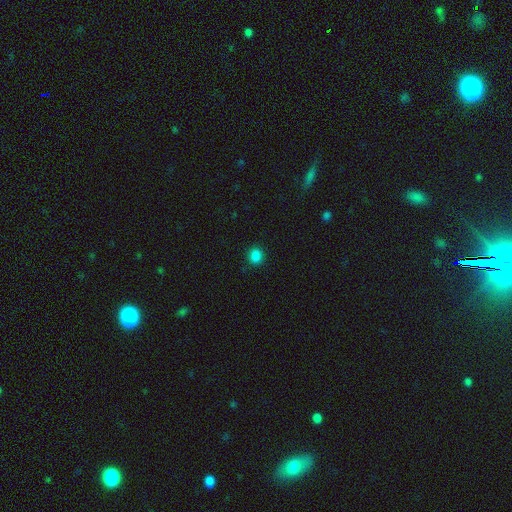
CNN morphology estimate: Overall: smooth (84%). How rounded: round (72%). Merging: none (90%).